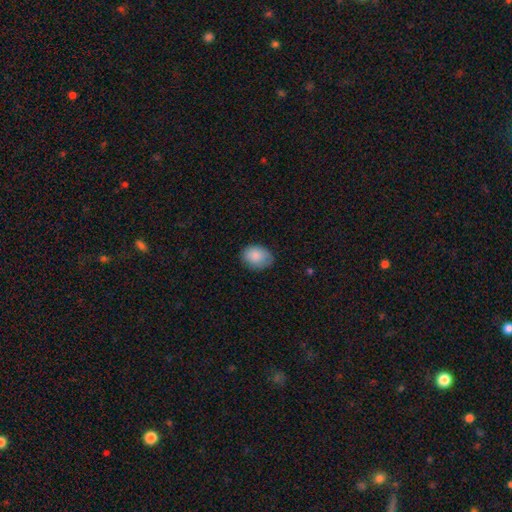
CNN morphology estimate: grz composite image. It shows a smooth galaxy with no disk features (87%) that is in between round and cigar-shaped (69%). Merging: none (74%).